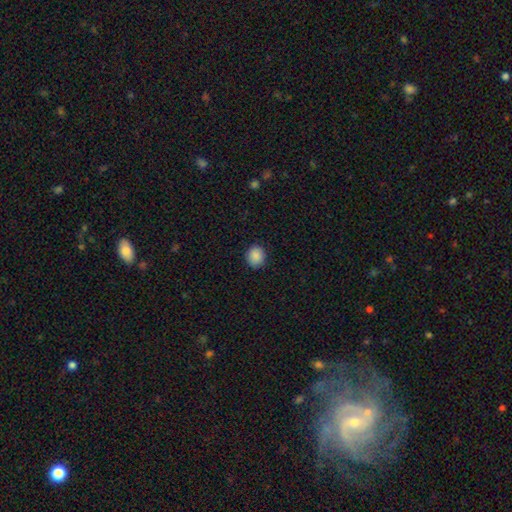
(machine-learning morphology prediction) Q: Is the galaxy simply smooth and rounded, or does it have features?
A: smooth — 89%.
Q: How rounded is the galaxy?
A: round — 72%.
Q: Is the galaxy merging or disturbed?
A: none — 89%.